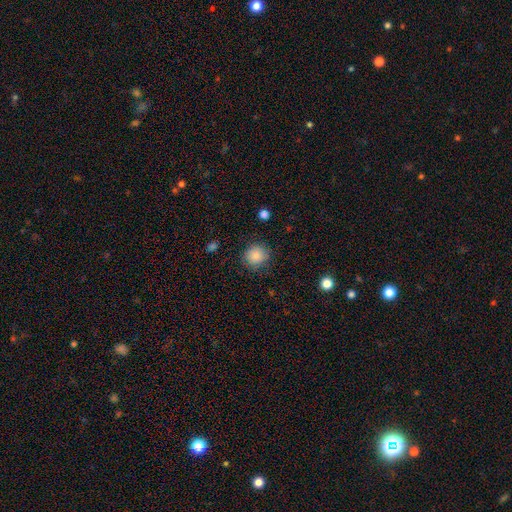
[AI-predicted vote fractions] smooth_or_featured: smooth (p=0.87) [alt: star or artifact p=0.09]
how_rounded: round (p=0.87) [alt: in between p=0.12]
merging: none (p=0.85) [alt: minor disturbance p=0.11]